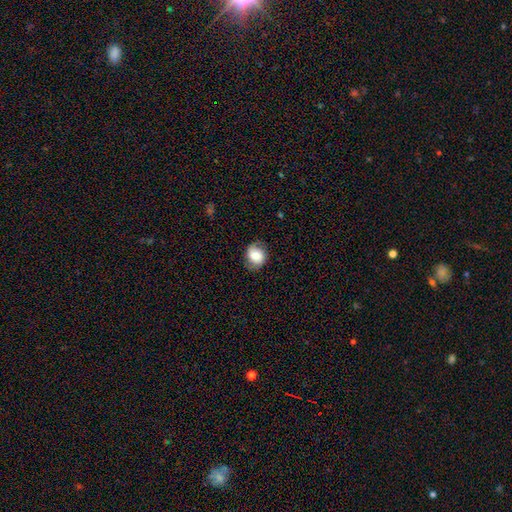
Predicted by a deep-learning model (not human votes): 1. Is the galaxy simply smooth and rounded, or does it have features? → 65% smooth, 26% featured or disk, 9% star or artifact.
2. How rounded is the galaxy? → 63% round, 36% in between, 1% cigar-shaped.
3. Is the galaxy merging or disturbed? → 74% none, 20% minor disturbance, 6% major disturbance, 1% merger.